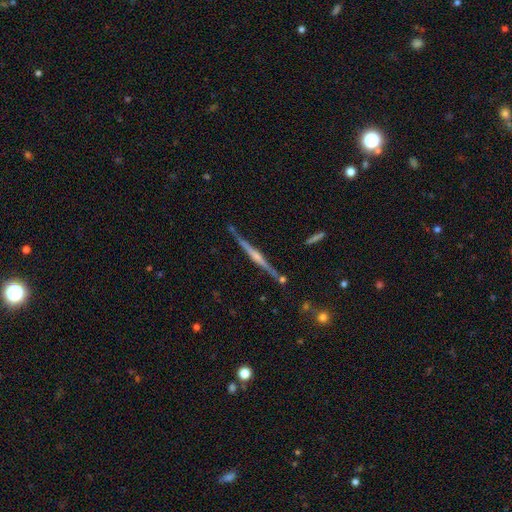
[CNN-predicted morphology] This is clearly a featured or disk galaxy (80%). It is clearly viewed edge-on (98%). Edge-on bulge: likely rounded (69%). Merging: clearly none (84%).